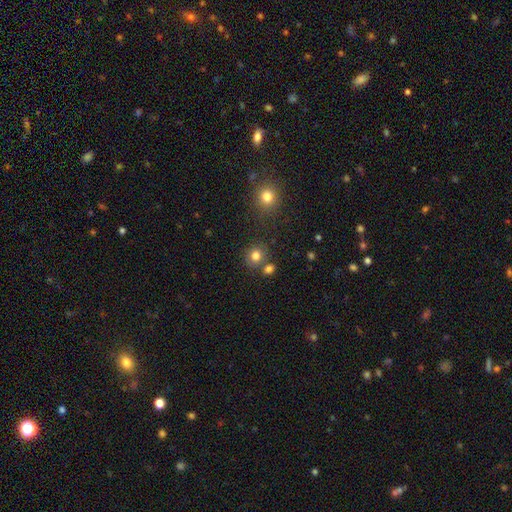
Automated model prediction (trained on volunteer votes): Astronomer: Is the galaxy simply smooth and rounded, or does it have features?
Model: smooth — 80%.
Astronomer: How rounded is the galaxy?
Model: round — 81%.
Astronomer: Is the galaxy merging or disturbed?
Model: none — 73%.